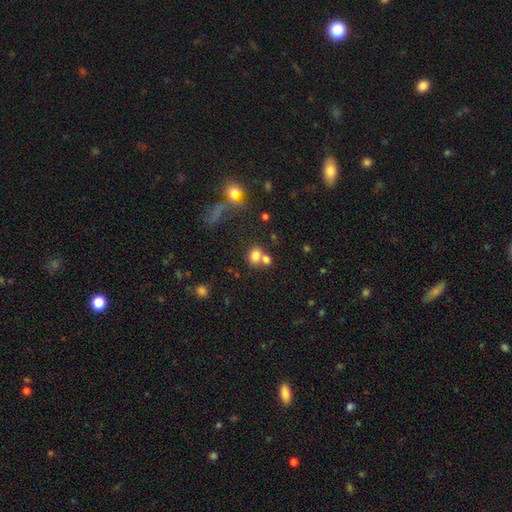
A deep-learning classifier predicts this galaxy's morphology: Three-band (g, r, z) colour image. It shows a smooth galaxy with no disk features (76%) that is in between round and cigar-shaped (50%). Merging: merger (43%, tied with none).